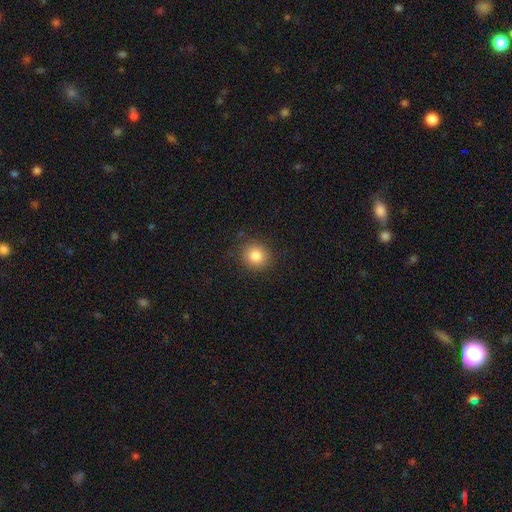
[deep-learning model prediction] smooth 84%, star or artifact 11%, featured or disk 6%. Down the decision tree: how rounded — round (86%); merging — none (88%).